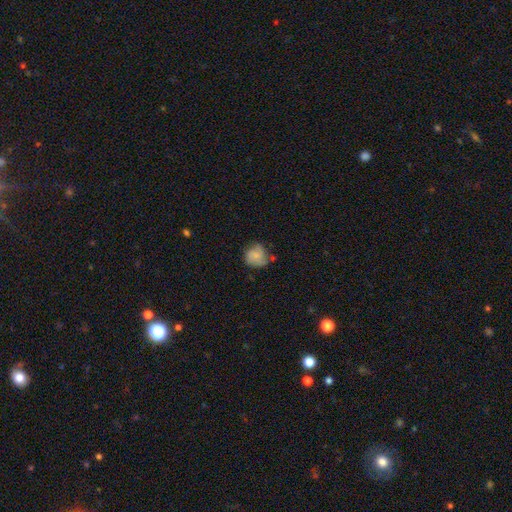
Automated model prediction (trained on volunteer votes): This is possibly a smooth galaxy (59%). How rounded: likely round (76%). Merging: possibly none (50%).